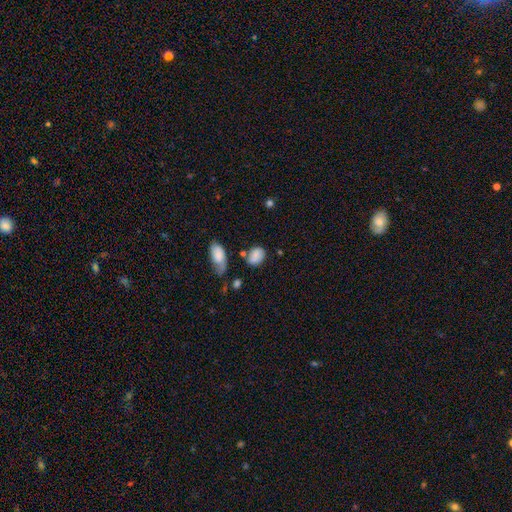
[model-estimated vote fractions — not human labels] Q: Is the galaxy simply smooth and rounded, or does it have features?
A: smooth — 76%.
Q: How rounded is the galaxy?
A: in between — 63%.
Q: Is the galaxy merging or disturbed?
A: none — 61%.